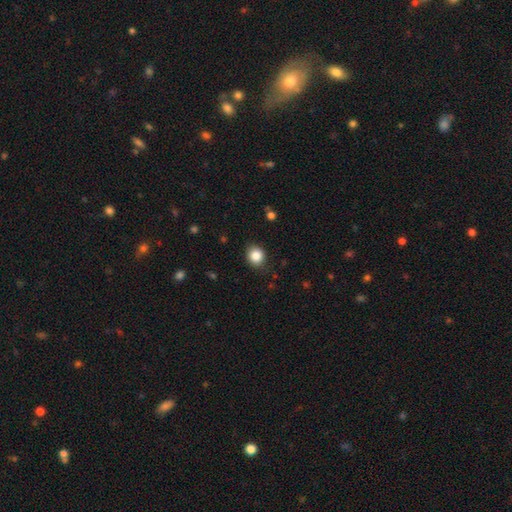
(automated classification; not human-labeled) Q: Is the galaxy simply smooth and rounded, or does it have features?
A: smooth — 86%.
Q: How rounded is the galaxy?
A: round — 79%.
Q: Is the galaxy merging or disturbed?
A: none — 86%.